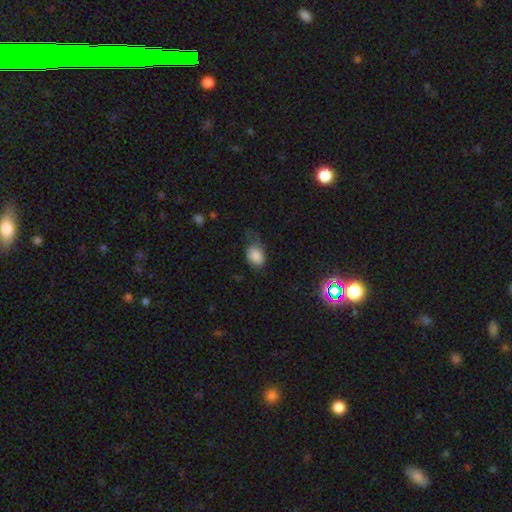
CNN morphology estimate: Smooth or featured: smooth — 83% (star or artifact — 9%)
How rounded: in between — 76% (round — 23%)
Merging: none — 43% (minor disturbance — 35%)